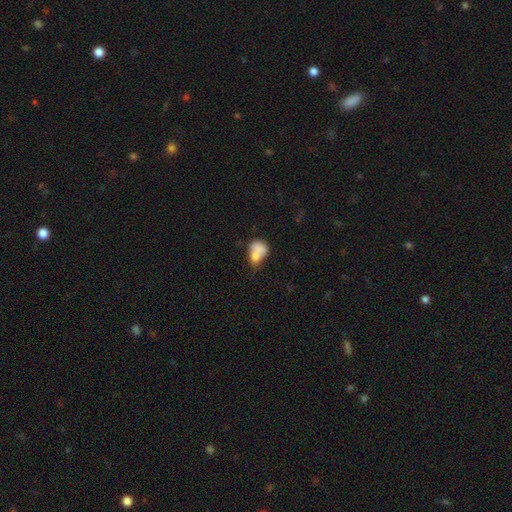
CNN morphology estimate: Smooth or featured? Predicted: smooth (p=0.72). How rounded? Predicted: in between (p=0.57). Merging? Predicted: merger (p=0.57).